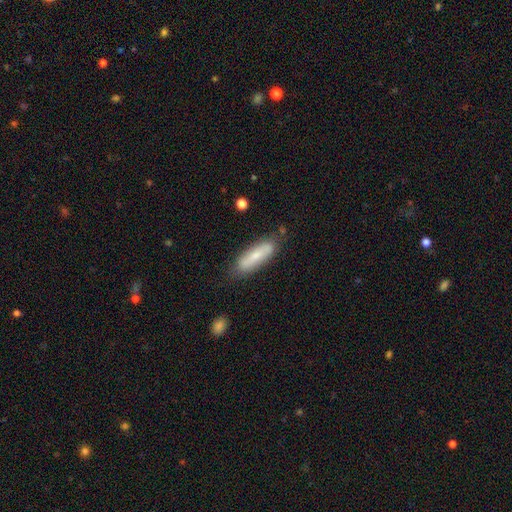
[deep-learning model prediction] smooth_or_featured: smooth (p=0.64) [alt: featured or disk p=0.30]
how_rounded: cigar-shaped (p=0.57) [alt: in between p=0.41]
merging: none (p=0.79) [alt: minor disturbance p=0.15]